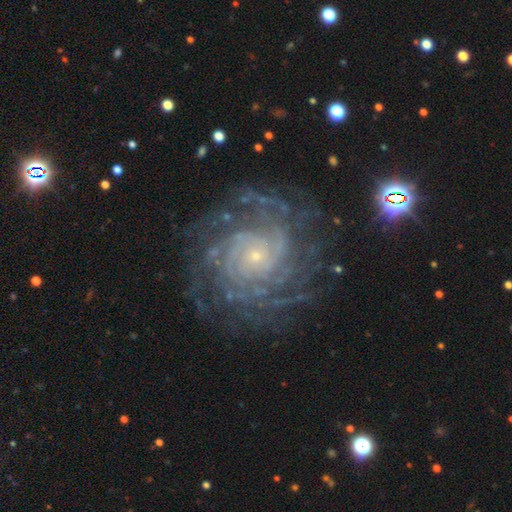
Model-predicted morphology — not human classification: Smooth or featured? Predicted: featured or disk (p=0.87). Edge-on disk? Predicted: no (p=0.97). Bar? Predicted: no (p=0.80). Spiral arms? Predicted: yes (p=0.97). Spiral winding? Predicted: tight (p=0.76). Spiral arm count? Predicted: can't tell (p=0.26). Bulge size? Predicted: small (p=0.86). Merging? Predicted: none (p=0.78).